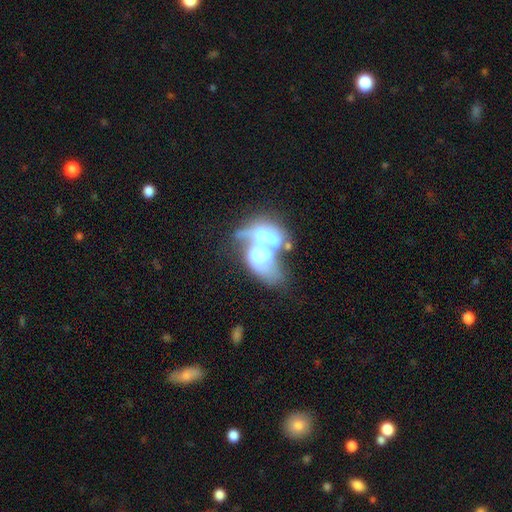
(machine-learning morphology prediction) Q: Smooth or featured?
A: featured or disk (55%); runner-up: smooth (30%)
Q: Edge-on disk?
A: no (95%); runner-up: yes (5%)
Q: Bar?
A: no (88%); runner-up: weak (7%)
Q: Spiral arms?
A: no (92%); runner-up: yes (8%)
Q: Bulge size?
A: large (32%); runner-up: none (22%)
Q: Merging?
A: merger (66%); runner-up: major disturbance (18%)